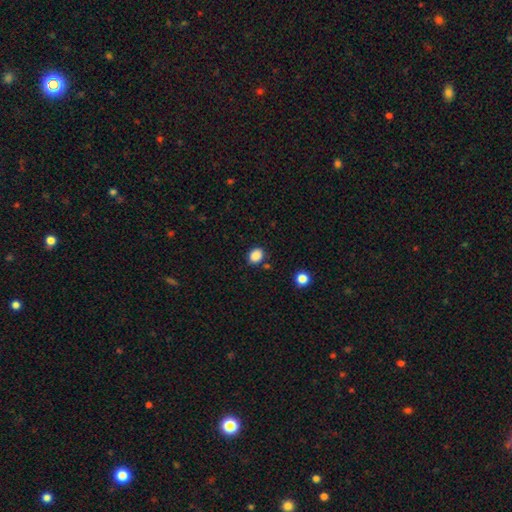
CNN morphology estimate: smooth_or_featured: smooth (p=0.86) [alt: star or artifact p=0.10]
how_rounded: round (p=0.50) [alt: in between p=0.49]
merging: none (p=0.83) [alt: minor disturbance p=0.11]